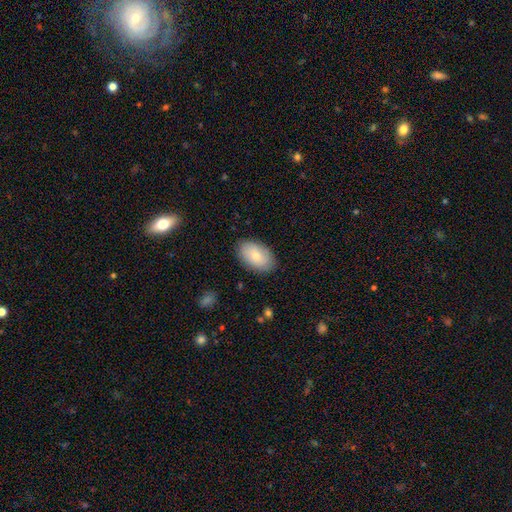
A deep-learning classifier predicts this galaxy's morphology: Q: Smooth or featured?
A: smooth (78%); runner-up: featured or disk (16%)
Q: How rounded?
A: in between (93%); runner-up: round (6%)
Q: Merging?
A: none (86%); runner-up: minor disturbance (10%)